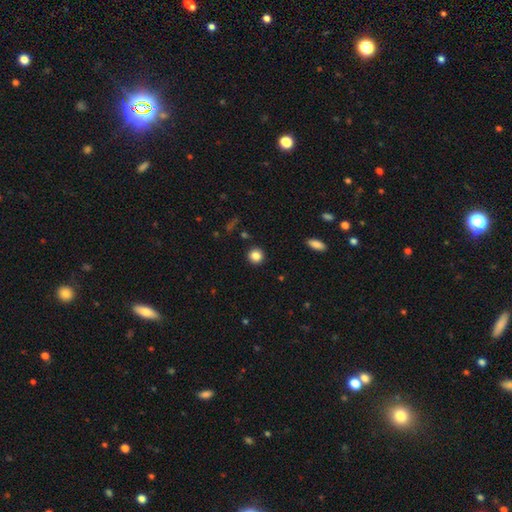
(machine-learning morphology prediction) Smooth or featured: smooth — 85% (star or artifact — 10%)
How rounded: round — 92% (in between — 7%)
Merging: none — 91% (minor disturbance — 6%)